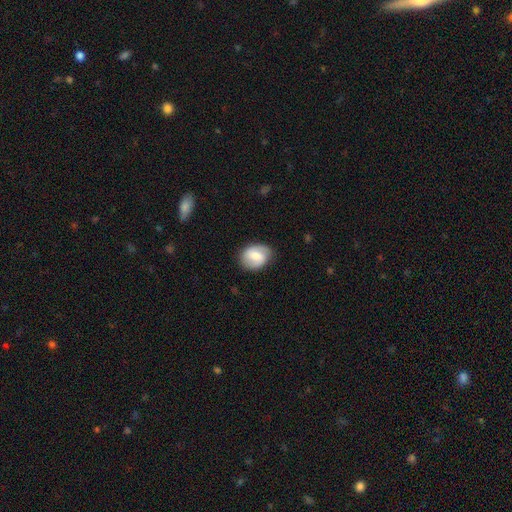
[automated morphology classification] Overall: smooth (55%; featured or disk 38%). How rounded: in between (52%; round 47%). Merging: none (79%).